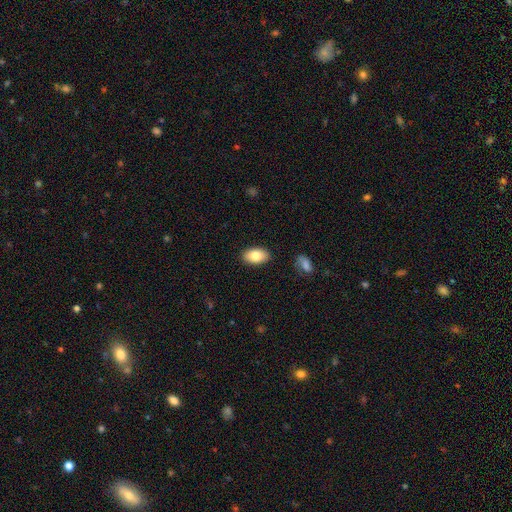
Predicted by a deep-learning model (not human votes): A smooth galaxy with no disk features (81%) that is in between round and cigar-shaped (93%).

Vote fractions:
- Smooth or featured? smooth: 81% / featured or disk: 12% / star or artifact: 7%
- How rounded? in between: 93% / round: 5% / cigar-shaped: 2%
- Merging? none: 88% / minor disturbance: 9% / major disturbance: 2% / merger: 1%